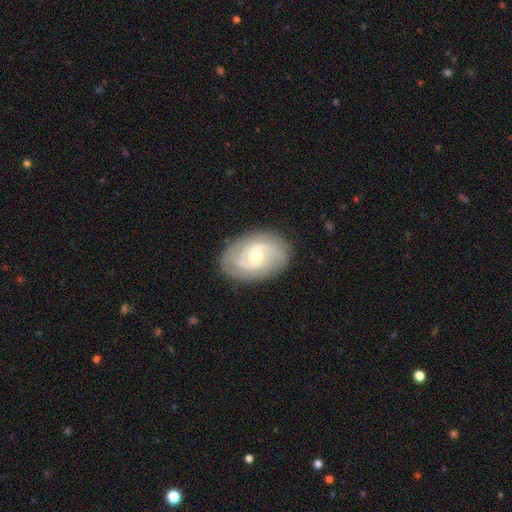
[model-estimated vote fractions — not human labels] Smooth or featured? Predicted: featured or disk (p=0.79). Edge-on disk? Predicted: no (p=0.96). Bar? Predicted: weak (p=0.48). Spiral arms? Predicted: yes (p=0.88). Spiral winding? Predicted: tight (p=0.56). Spiral arm count? Predicted: 2 (p=0.62). Bulge size? Predicted: moderate (p=0.62). Merging? Predicted: none (p=0.84).